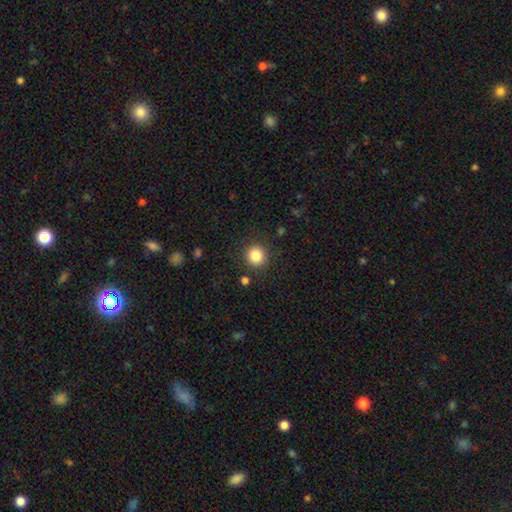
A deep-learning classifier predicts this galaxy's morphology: This appears to be a smooth galaxy with no disk features (84%) that is round (93%). Merging: none (89%).